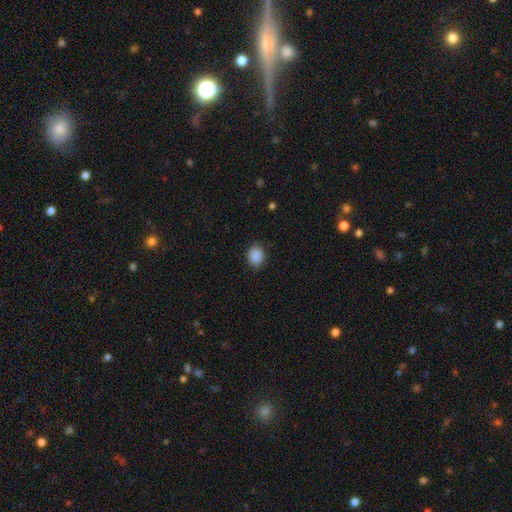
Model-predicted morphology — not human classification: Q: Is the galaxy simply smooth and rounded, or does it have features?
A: smooth — 89%.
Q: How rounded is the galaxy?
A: round — 60%.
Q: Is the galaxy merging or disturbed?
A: none — 87%.